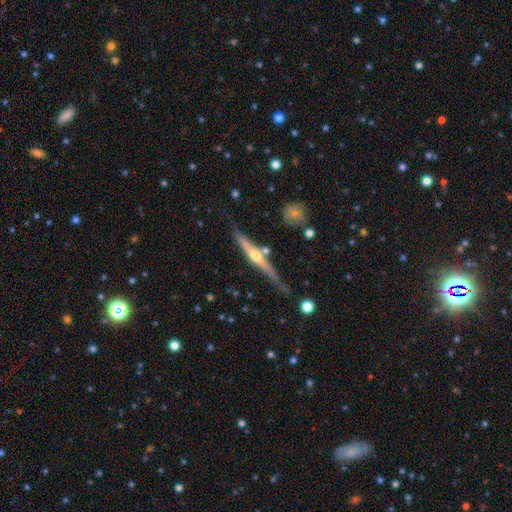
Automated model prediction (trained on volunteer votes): Q: Smooth or featured?
A: featured or disk (77%); runner-up: smooth (17%)
Q: Edge-on disk?
A: yes (97%); runner-up: no (3%)
Q: Edge-on bulge?
A: rounded (89%); runner-up: none (7%)
Q: Merging?
A: none (75%); runner-up: minor disturbance (16%)